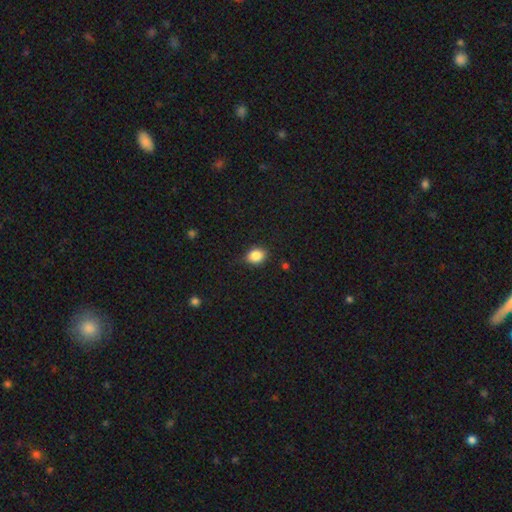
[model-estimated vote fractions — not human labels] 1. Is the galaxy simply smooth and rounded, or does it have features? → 86% smooth, 9% star or artifact, 5% featured or disk.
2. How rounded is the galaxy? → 55% in between, 43% round, 1% cigar-shaped.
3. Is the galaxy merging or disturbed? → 80% none, 16% minor disturbance, 3% major disturbance, 1% merger.